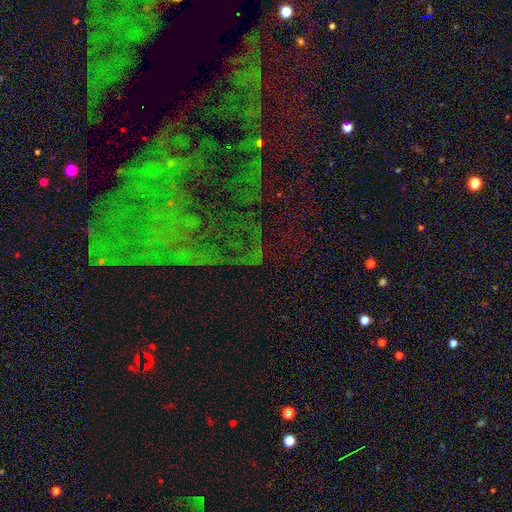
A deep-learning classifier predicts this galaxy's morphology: Smooth or featured: star or artifact — 68% (featured or disk — 17%)